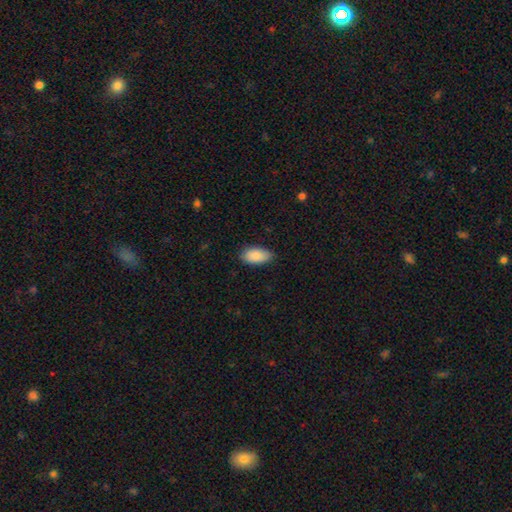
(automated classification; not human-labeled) Smooth or featured: smooth — 88% (star or artifact — 6%)
How rounded: in between — 94% (cigar-shaped — 3%)
Merging: none — 81% (minor disturbance — 16%)